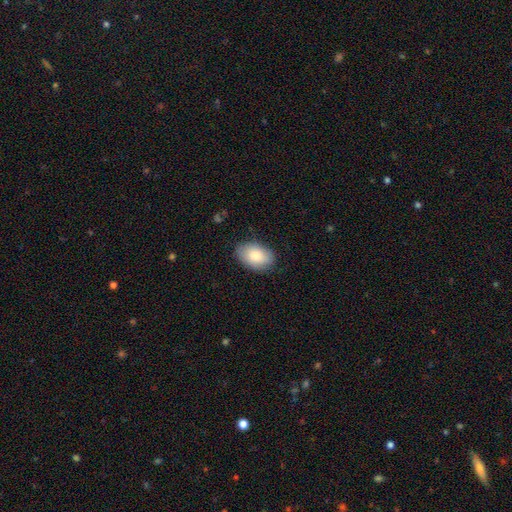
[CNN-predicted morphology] Q: Smooth or featured?
A: smooth (83%); runner-up: featured or disk (11%)
Q: How rounded?
A: in between (90%); runner-up: round (9%)
Q: Merging?
A: none (81%); runner-up: minor disturbance (15%)